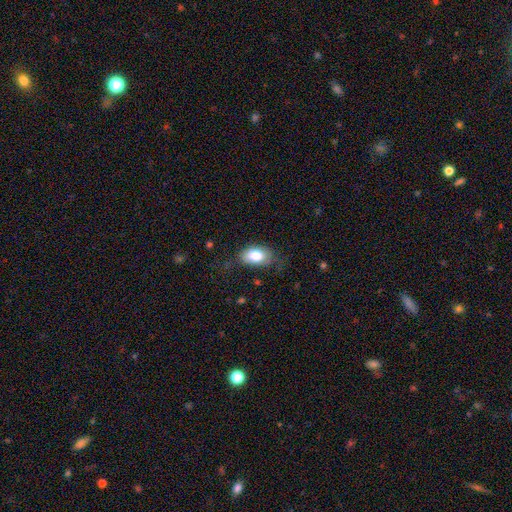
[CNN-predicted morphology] A smooth galaxy with no disk features (80%) that is in between round and cigar-shaped (89%). Merging: none (59%).